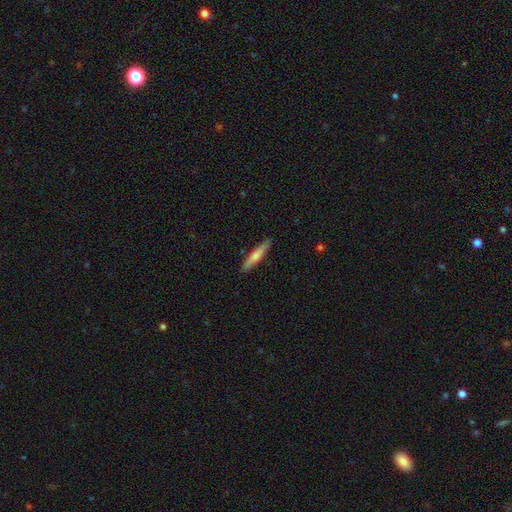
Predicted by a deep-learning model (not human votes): Q: Smooth or featured?
A: smooth (67%); runner-up: featured or disk (28%)
Q: How rounded?
A: cigar-shaped (91%); runner-up: in between (8%)
Q: Merging?
A: none (89%); runner-up: minor disturbance (8%)